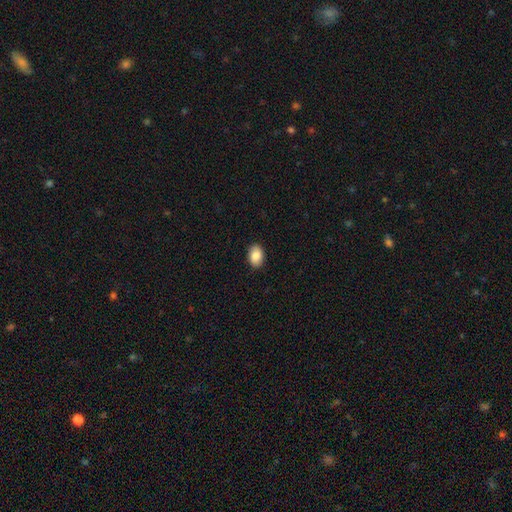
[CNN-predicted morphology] smooth 87%, star or artifact 7%, featured or disk 5%. Down the decision tree: how rounded — in between (82%); merging — none (90%).